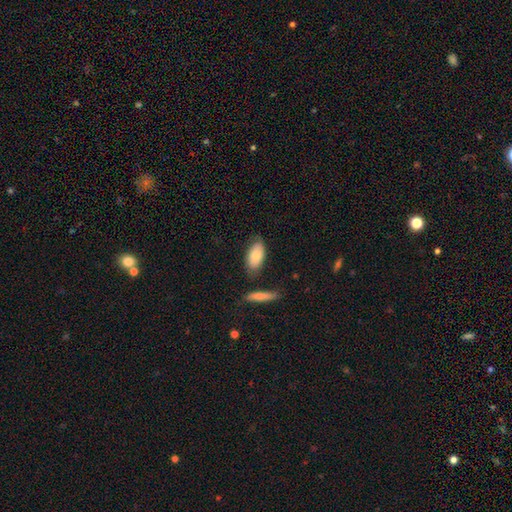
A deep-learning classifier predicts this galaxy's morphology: The model was most divided on "merging": none: 70%, minor disturbance: 18%, merger: 7%, major disturbance: 4%. More confident: how rounded — in between (91%); smooth or featured — smooth (79%).